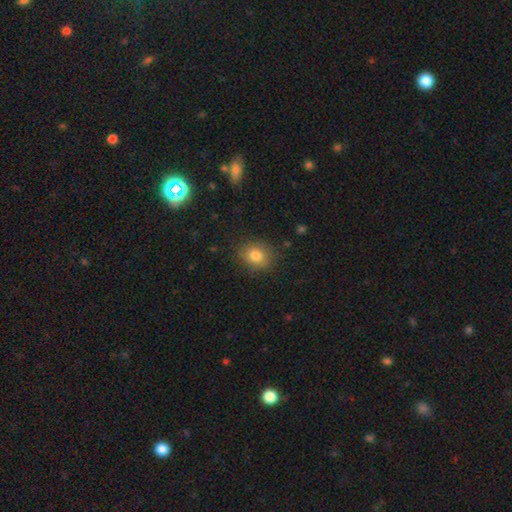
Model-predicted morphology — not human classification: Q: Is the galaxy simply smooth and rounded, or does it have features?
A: smooth — 81%.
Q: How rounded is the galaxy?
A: round — 64%.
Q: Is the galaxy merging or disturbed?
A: none — 82%.